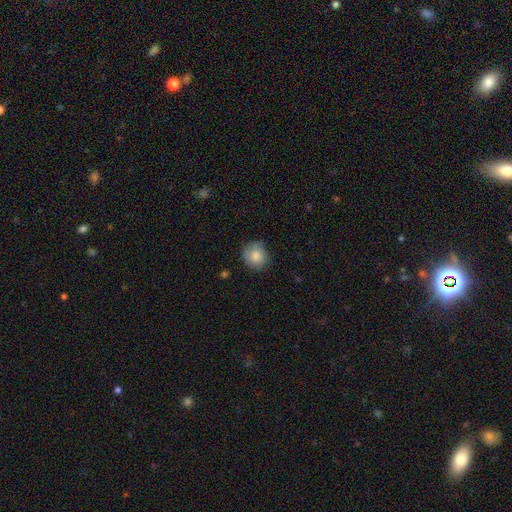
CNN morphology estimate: smooth_or_featured: smooth (p=0.83) [alt: featured or disk p=0.09]
how_rounded: round (p=0.86) [alt: in between p=0.13]
merging: none (p=0.77) [alt: minor disturbance p=0.19]